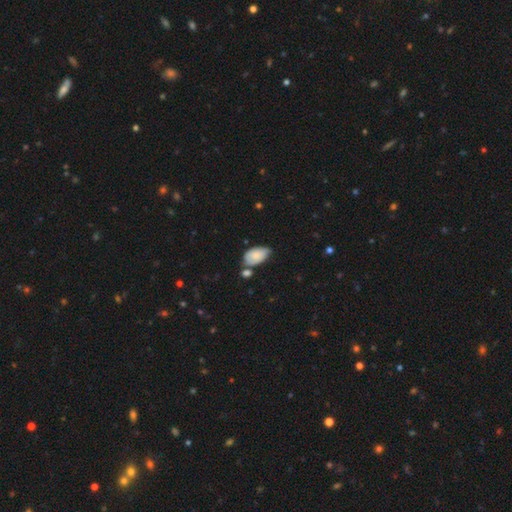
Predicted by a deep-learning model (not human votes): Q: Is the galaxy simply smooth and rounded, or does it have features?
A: smooth — 77%.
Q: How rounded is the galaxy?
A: in between — 94%.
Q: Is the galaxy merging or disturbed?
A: none — 42%.